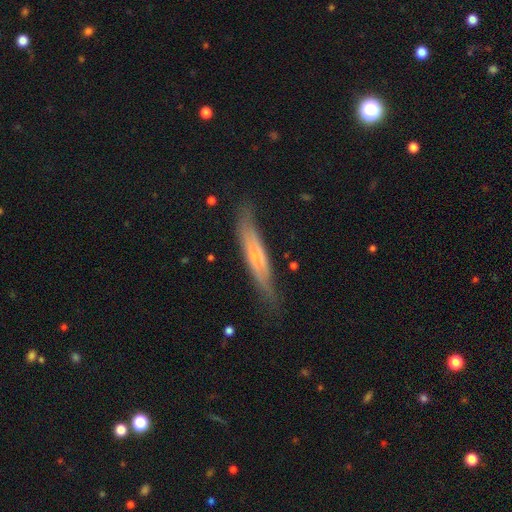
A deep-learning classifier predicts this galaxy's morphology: Smooth or featured? featured or disk (54%)
Edge-on disk? yes (78%)
Merging? none (74%)